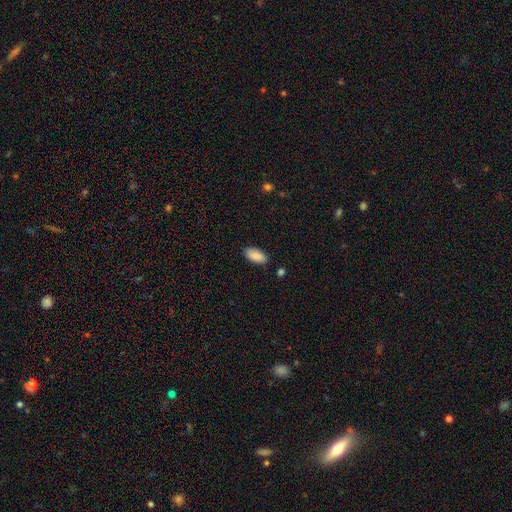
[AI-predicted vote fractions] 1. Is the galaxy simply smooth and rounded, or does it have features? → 88% smooth, 7% star or artifact, 5% featured or disk.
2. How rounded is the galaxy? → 92% in between, 6% cigar-shaped, 2% round.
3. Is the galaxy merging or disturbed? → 84% none, 12% minor disturbance, 2% major disturbance, 2% merger.